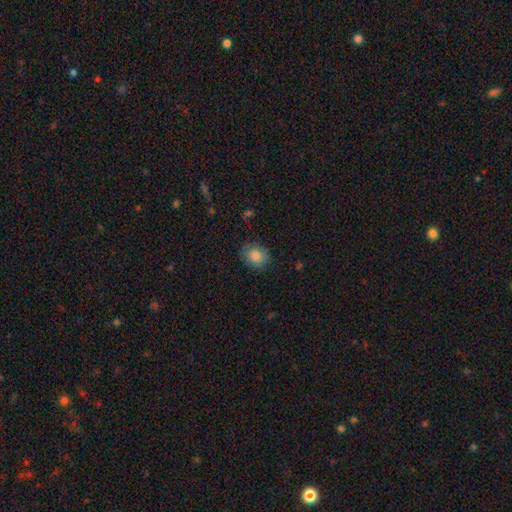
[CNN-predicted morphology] type=smooth (84%); roundness=round (68%); merging=none (82%).